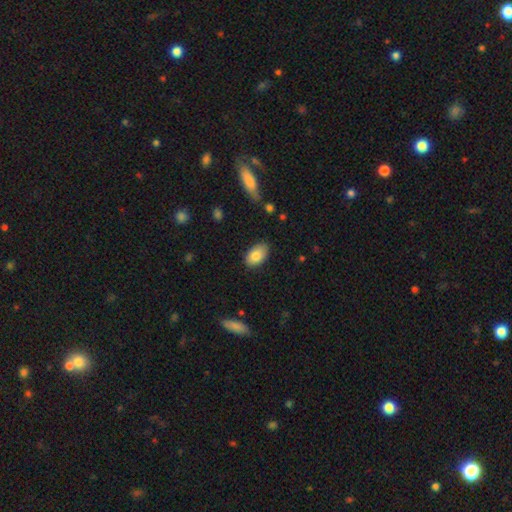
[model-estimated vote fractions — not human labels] smooth_or_featured: smooth (p=0.84) [alt: featured or disk p=0.09]
how_rounded: in between (p=0.93) [alt: round p=0.06]
merging: none (p=0.82) [alt: minor disturbance p=0.14]